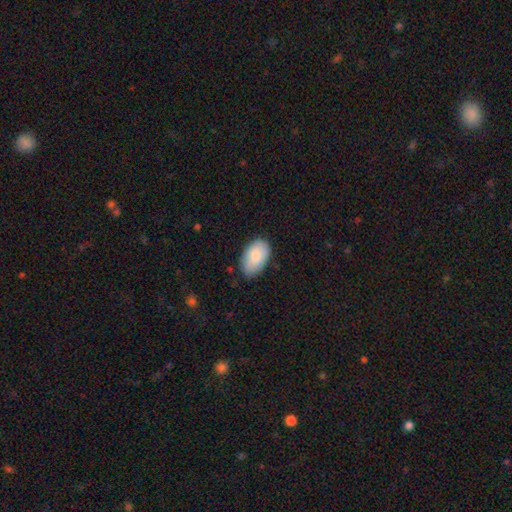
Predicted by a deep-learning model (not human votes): smooth-or-featured: smooth: 81% | featured or disk: 13% | star or artifact: 6%
  how-rounded: in between: 94% | round: 5% | cigar-shaped: 1%
  merging: none: 76% | minor disturbance: 20% | major disturbance: 3% | merger: 1%